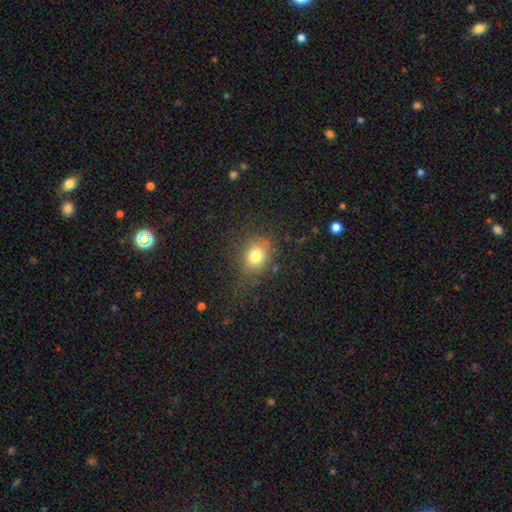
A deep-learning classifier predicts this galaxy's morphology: Q: Smooth or featured?
A: smooth (77%); runner-up: star or artifact (13%)
Q: How rounded?
A: round (58%); runner-up: in between (41%)
Q: Merging?
A: none (71%); runner-up: minor disturbance (18%)